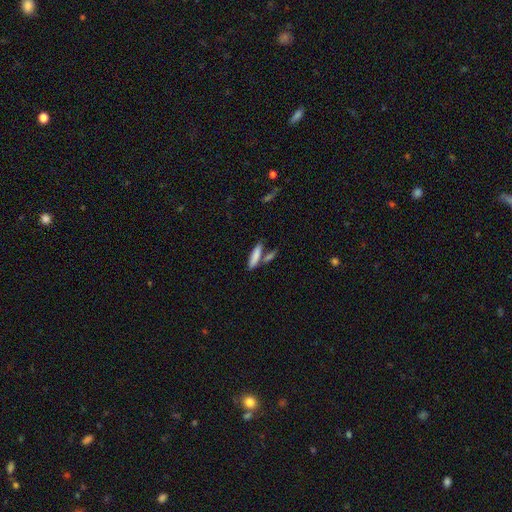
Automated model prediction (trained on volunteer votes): Overall: smooth (82%). How rounded: cigar-shaped (73%). Merging: none (63%).